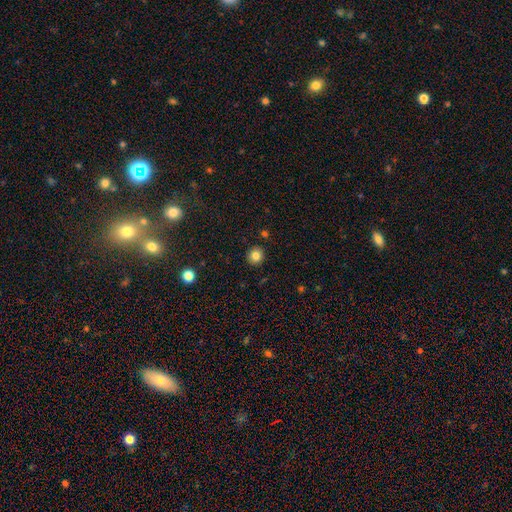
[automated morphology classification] type=smooth (82%); roundness=round (90%); merging=none (91%).